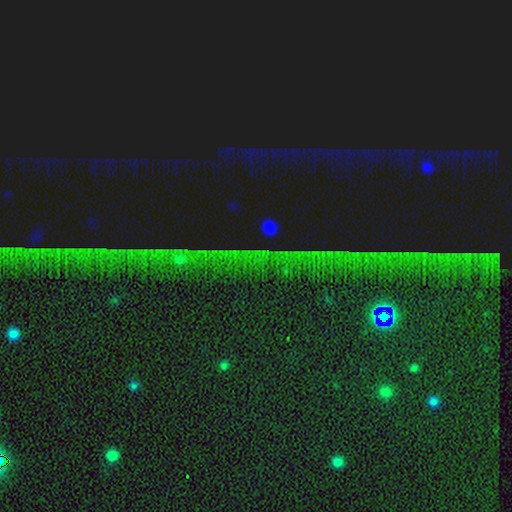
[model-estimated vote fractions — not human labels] Overall: star or artifact (86%).